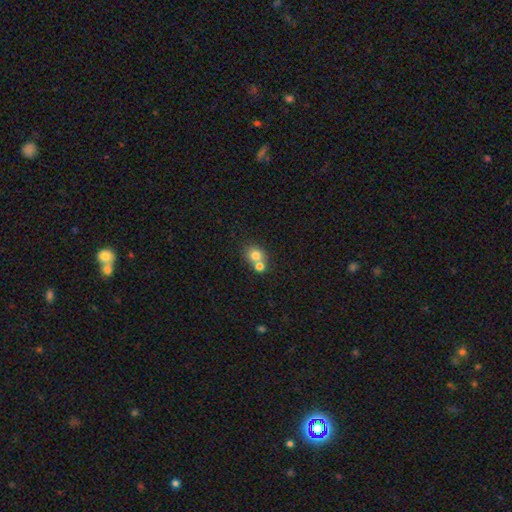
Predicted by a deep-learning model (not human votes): Smooth or featured? smooth (77%)
How rounded? round (74%)
Merging? merger (50%)